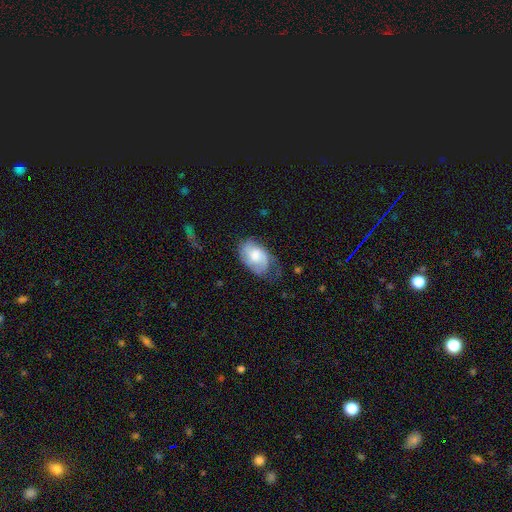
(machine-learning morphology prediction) Smooth or featured: smooth — 52% (featured or disk — 42%)
How rounded: in between — 89% (round — 9%)
Merging: none — 44% (minor disturbance — 35%)